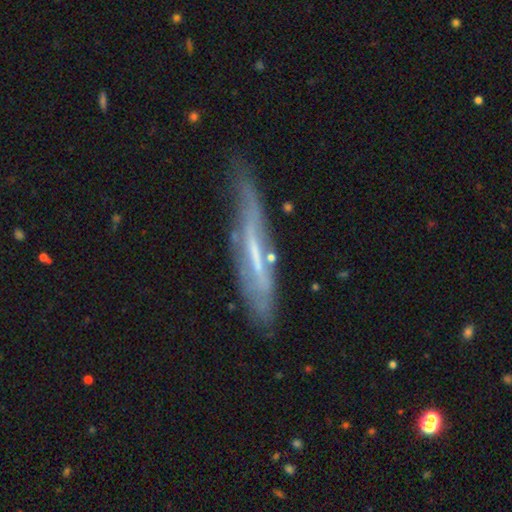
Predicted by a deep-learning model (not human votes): The model was most divided on "edge-on disk": yes: 62%, no: 38%. More confident: smooth or featured — featured or disk (68%); merging — none (56%).